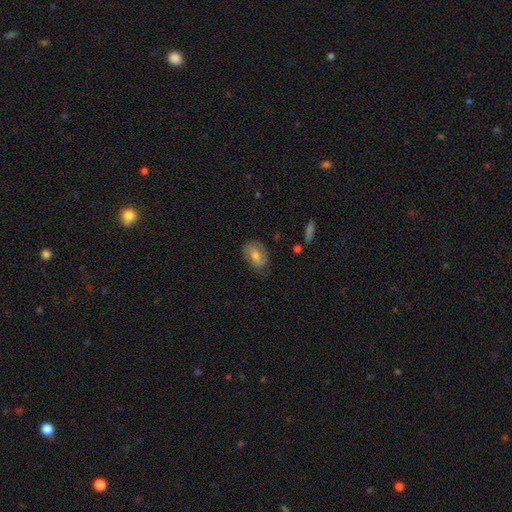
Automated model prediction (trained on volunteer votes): smooth_or_featured: smooth (p=0.56) [alt: featured or disk p=0.35]
how_rounded: in between (p=0.80) [alt: round p=0.18]
merging: none (p=0.69) [alt: minor disturbance p=0.23]